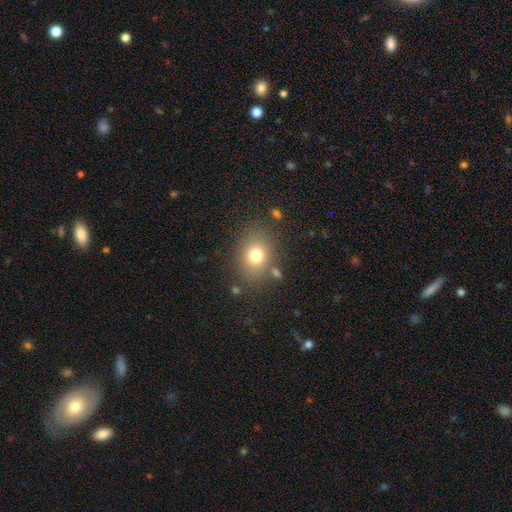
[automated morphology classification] smooth_or_featured: smooth (p=0.76) [alt: star or artifact p=0.12]
how_rounded: in between (p=0.50) [alt: round p=0.49]
merging: none (p=0.79) [alt: minor disturbance p=0.11]